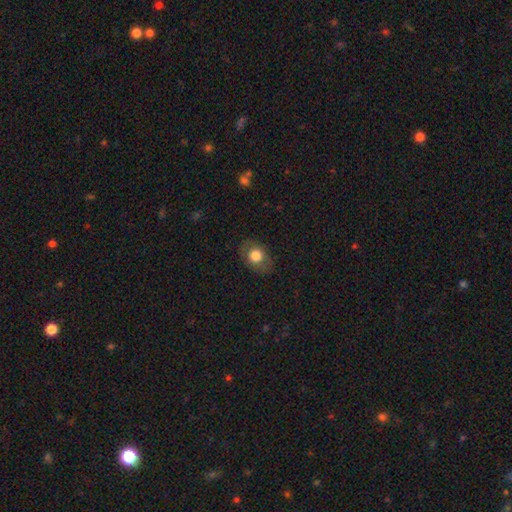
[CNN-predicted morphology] The model was most divided on "how rounded": in between: 60%, round: 39%, cigar-shaped: 1%. More confident: merging — none (81%); smooth or featured — smooth (74%).